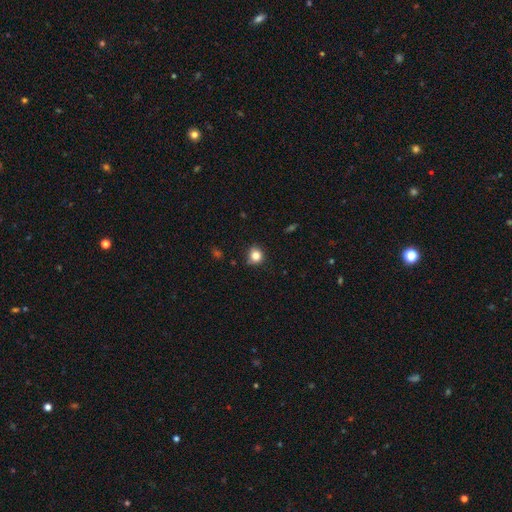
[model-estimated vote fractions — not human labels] This appears to be a smooth galaxy with no disk features (83%) that is round (86%). Merging: none (80%).